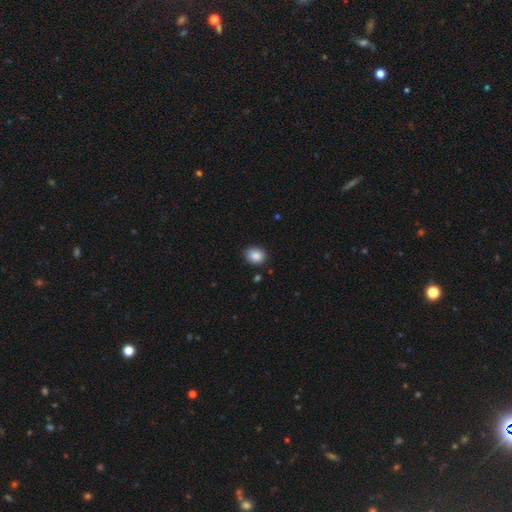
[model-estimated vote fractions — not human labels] Morphology: type=smooth (88%); roundness=round (54%); merging=none (85%).